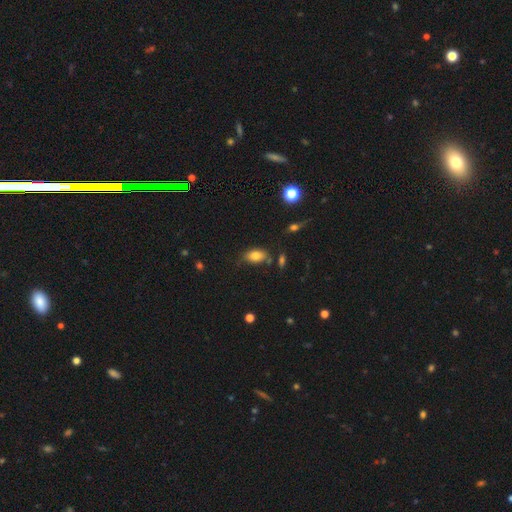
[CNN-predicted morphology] Q: Smooth or featured?
A: smooth (80%); runner-up: featured or disk (10%)
Q: How rounded?
A: in between (89%); runner-up: round (8%)
Q: Merging?
A: none (67%); runner-up: minor disturbance (21%)